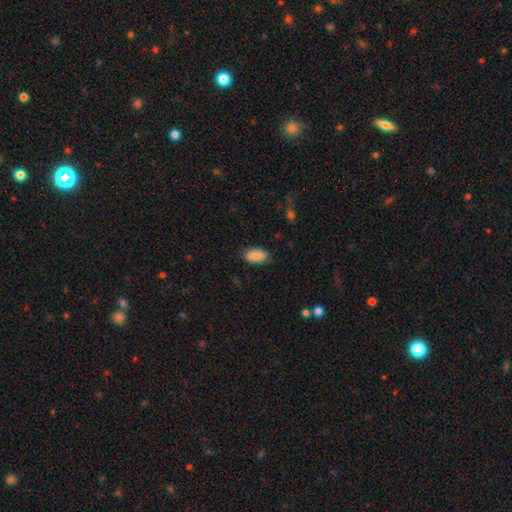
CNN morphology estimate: Smooth or featured?
  - smooth: 89% *
  - star or artifact: 7%
  - featured or disk: 4%
How rounded?
  - in between: 93% *
  - cigar-shaped: 4%
  - round: 3%
Merging?
  - none: 81% *
  - minor disturbance: 15%
  - major disturbance: 3%
  - merger: 1%